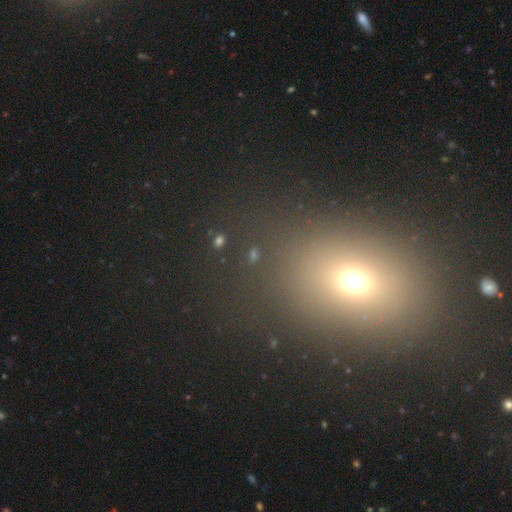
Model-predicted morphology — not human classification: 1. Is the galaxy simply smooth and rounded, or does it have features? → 49% smooth, 39% star or artifact, 12% featured or disk.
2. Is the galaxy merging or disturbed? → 78% none, 10% minor disturbance, 7% major disturbance, 5% merger.